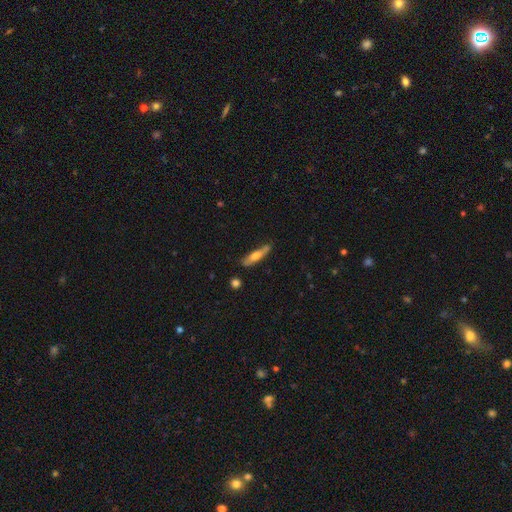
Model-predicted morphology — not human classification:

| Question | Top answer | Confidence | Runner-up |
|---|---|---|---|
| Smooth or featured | smooth | 55% | featured or disk (39%) |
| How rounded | cigar-shaped | 82% | in between (17%) |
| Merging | none | 77% | minor disturbance (18%) |